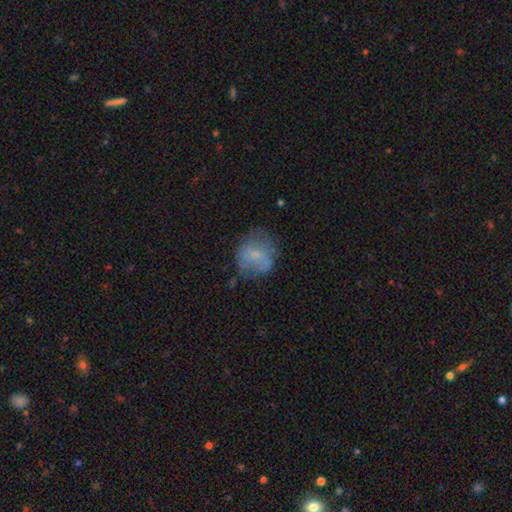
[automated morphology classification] Q: Smooth or featured?
A: smooth (58%); runner-up: featured or disk (32%)
Q: How rounded?
A: round (72%); runner-up: in between (27%)
Q: Merging?
A: none (53%); runner-up: minor disturbance (27%)